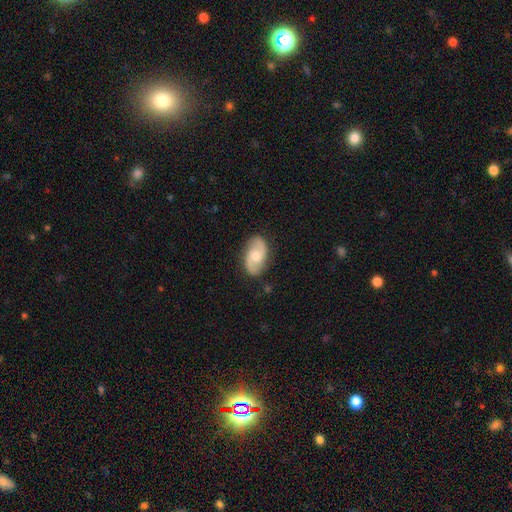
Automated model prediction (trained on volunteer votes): Smooth or featured: featured or disk — 71% (smooth — 23%)
Edge-on disk: no — 97% (yes — 3%)
Bar: no — 54% (weak — 40%)
Spiral arms: yes — 94% (no — 6%)
Spiral winding: medium — 51% (loose — 30%)
Spiral arm count: 2 — 92% (can't tell — 4%)
Bulge size: moderate — 53% (small — 29%)
Merging: none — 82% (minor disturbance — 13%)